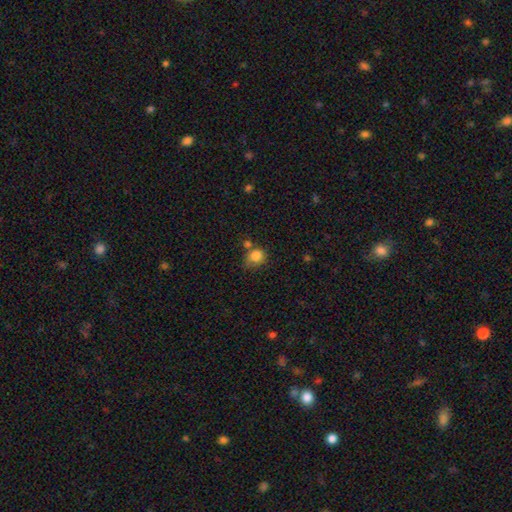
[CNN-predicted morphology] smooth-or-featured: smooth: 84% | star or artifact: 10% | featured or disk: 6%
  how-rounded: round: 76% | in between: 23% | cigar-shaped: 1%
  merging: none: 48% | minor disturbance: 26% | merger: 16% | major disturbance: 10%